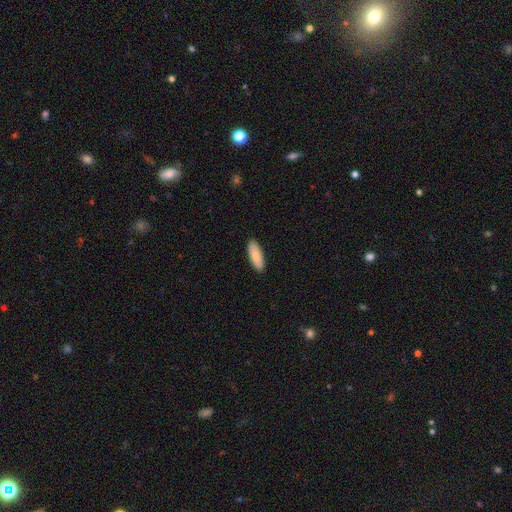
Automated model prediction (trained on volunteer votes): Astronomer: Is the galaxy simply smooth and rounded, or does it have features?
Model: smooth — 85%.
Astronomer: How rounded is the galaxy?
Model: in between — 70%.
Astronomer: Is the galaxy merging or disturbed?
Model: none — 90%.